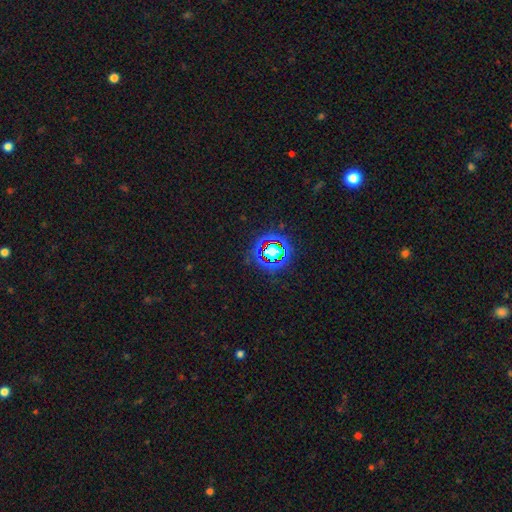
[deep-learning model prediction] Morphology: type=star or artifact (79%).